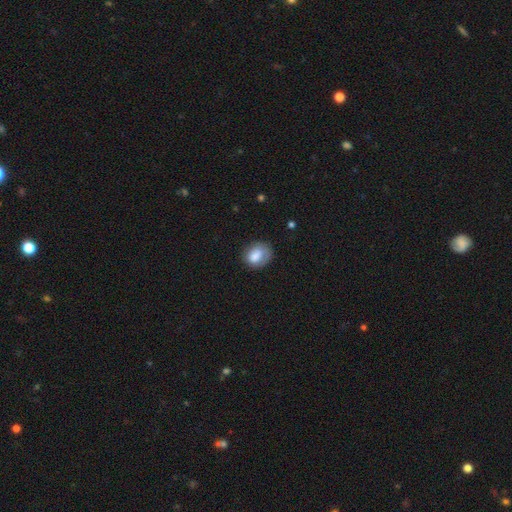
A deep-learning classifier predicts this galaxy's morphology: type=smooth (78%); roundness=in between (52%); merging=none (58%).